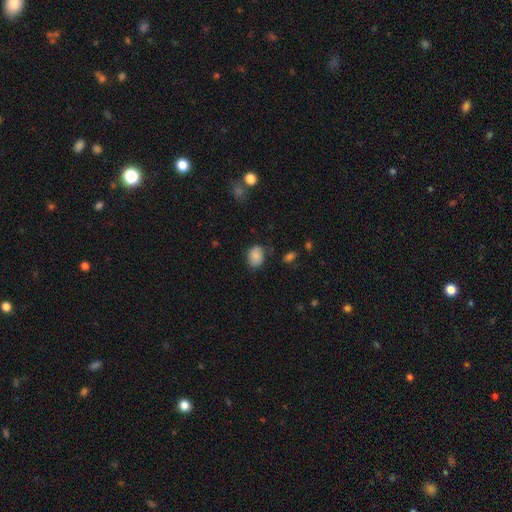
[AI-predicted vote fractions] Smooth or featured? smooth (82%)
How rounded? in between (70%)
Merging? none (69%)